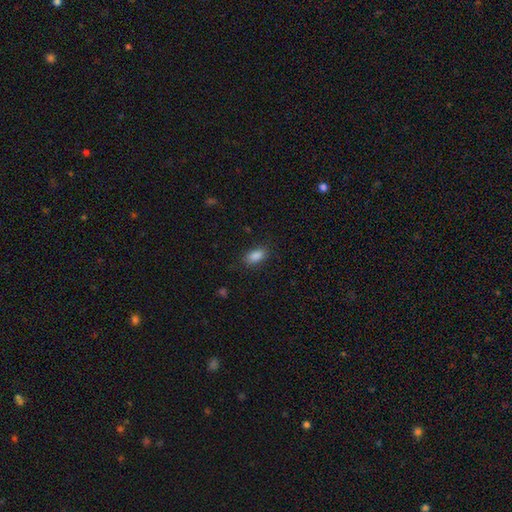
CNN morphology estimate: Smooth or featured? Predicted: smooth (p=0.88). How rounded? Predicted: in between (p=0.91). Merging? Predicted: none (p=0.84).